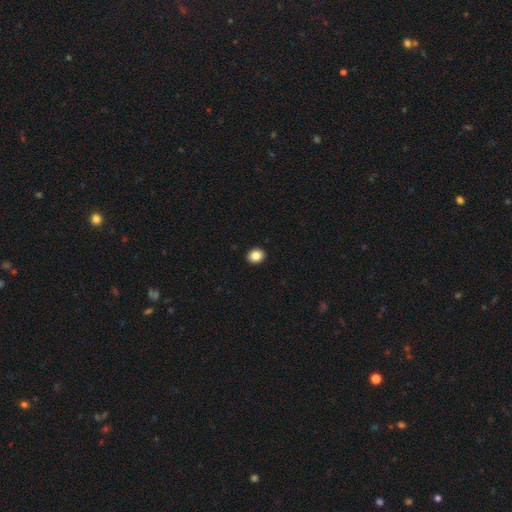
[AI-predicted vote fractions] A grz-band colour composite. It shows a smooth galaxy with no disk features (85%) that is round (62%). Merging: none (93%).